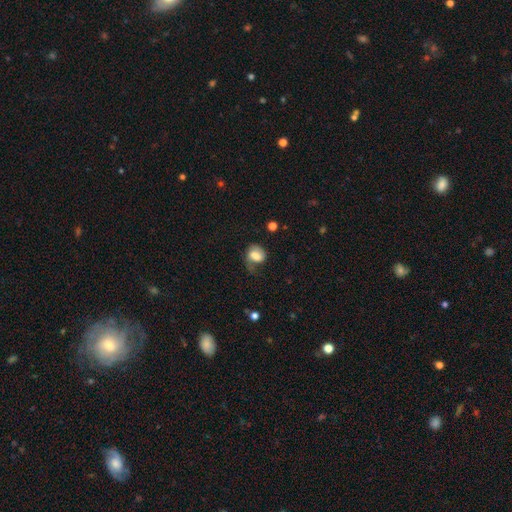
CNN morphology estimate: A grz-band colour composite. It shows a smooth galaxy with no disk features (60%) that is in between round and cigar-shaped (57%). Merging: none (42%).